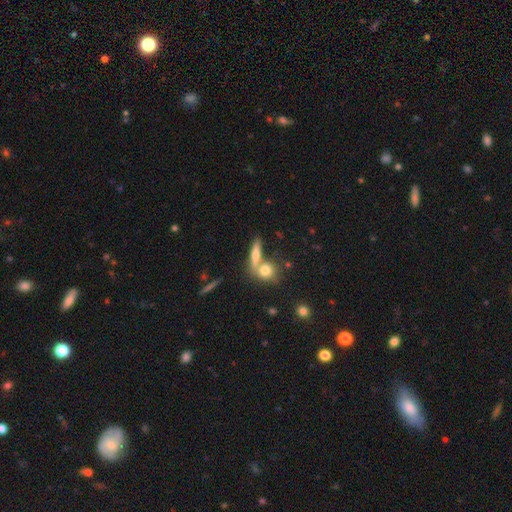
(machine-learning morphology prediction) Smooth or featured: smooth — 60% (featured or disk — 30%)
How rounded: cigar-shaped — 52% (in between — 28%)
Merging: none — 56% (merger — 31%)